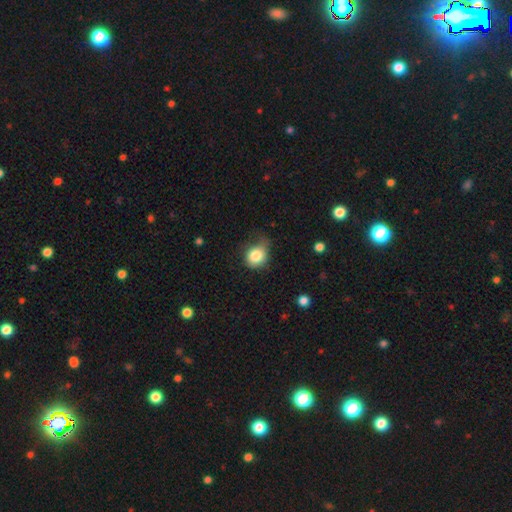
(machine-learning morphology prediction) Overall: smooth (83%). How rounded: round (65%; in between 34%). Merging: none (41%, tied with minor disturbance).